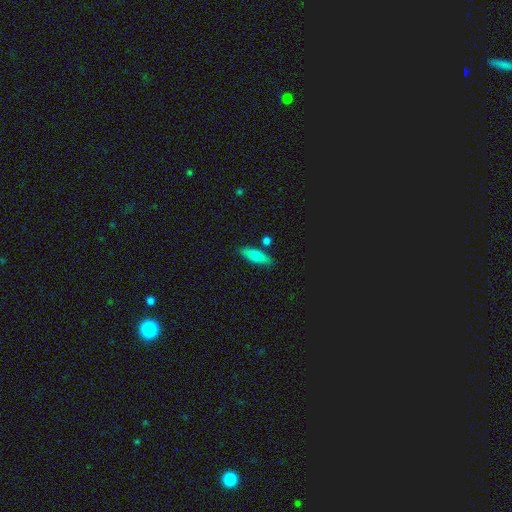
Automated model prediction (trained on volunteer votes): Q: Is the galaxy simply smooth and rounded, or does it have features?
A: smooth — 78%.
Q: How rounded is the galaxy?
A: cigar-shaped — 49%.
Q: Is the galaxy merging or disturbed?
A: none — 80%.